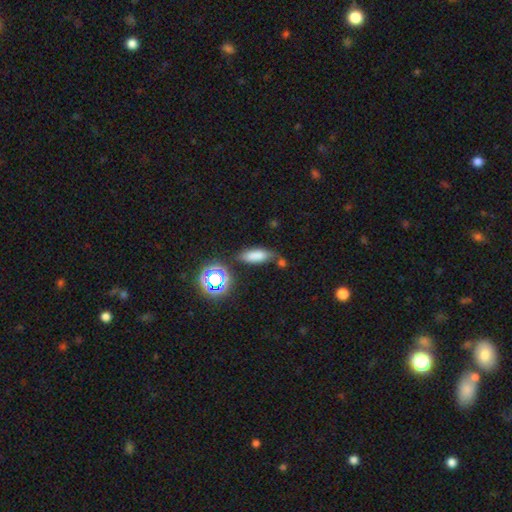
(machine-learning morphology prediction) smooth_or_featured: smooth (p=0.71) [alt: star or artifact p=0.19]
how_rounded: in between (p=0.68) [alt: cigar-shaped p=0.25]
merging: none (p=0.63) [alt: minor disturbance p=0.19]